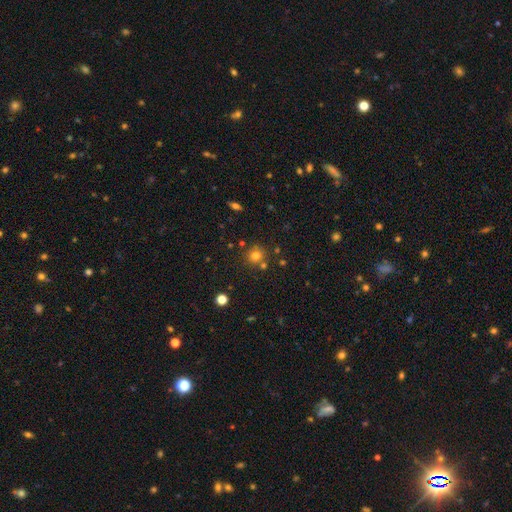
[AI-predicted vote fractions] Smooth or featured?
  - smooth: 75% *
  - star or artifact: 17%
  - featured or disk: 8%
How rounded?
  - round: 88% *
  - in between: 11%
  - cigar-shaped: 1%
Merging?
  - none: 75% *
  - merger: 12%
  - minor disturbance: 10%
  - major disturbance: 3%